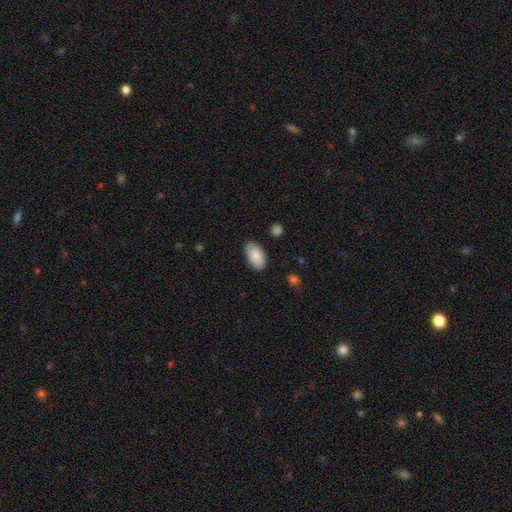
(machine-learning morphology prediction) type=smooth (87%); roundness=in between (95%); merging=none (80%).